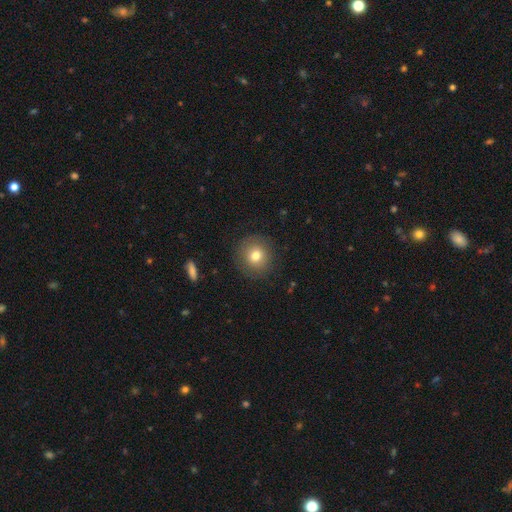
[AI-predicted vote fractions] Smooth or featured? Predicted: smooth (p=0.76). How rounded? Predicted: round (p=0.91). Merging? Predicted: none (p=0.88).